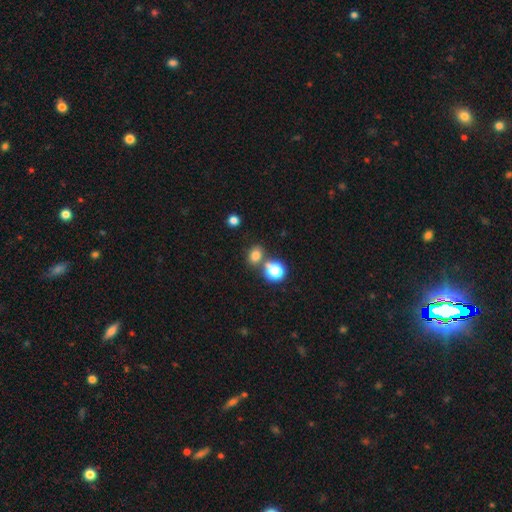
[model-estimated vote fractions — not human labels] Smooth or featured: smooth — 76% (star or artifact — 18%)
How rounded: round — 53% (in between — 46%)
Merging: none — 65% (merger — 22%)